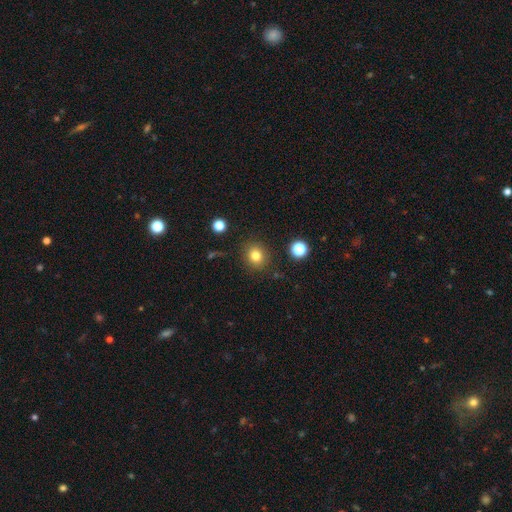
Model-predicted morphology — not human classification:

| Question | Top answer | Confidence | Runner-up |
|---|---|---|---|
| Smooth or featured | smooth | 80% | star or artifact (13%) |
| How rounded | round | 84% | in between (15%) |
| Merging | none | 87% | minor disturbance (8%) |